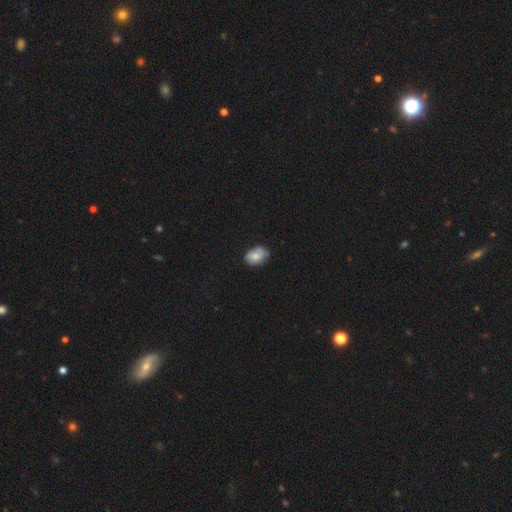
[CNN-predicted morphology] type=smooth (67%); roundness=in between (80%); merging=none (62%).